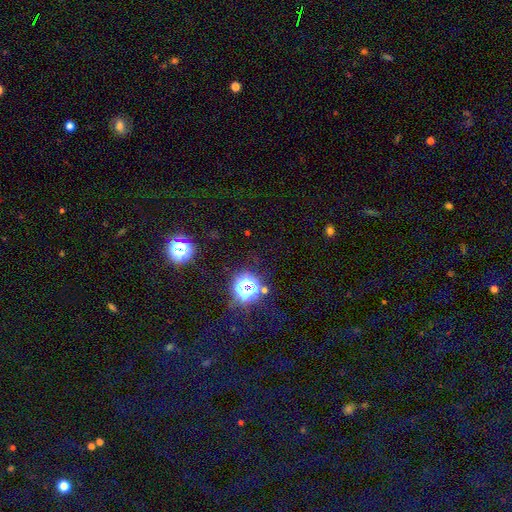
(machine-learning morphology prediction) star or artifact 74%, smooth 18%, featured or disk 8%.